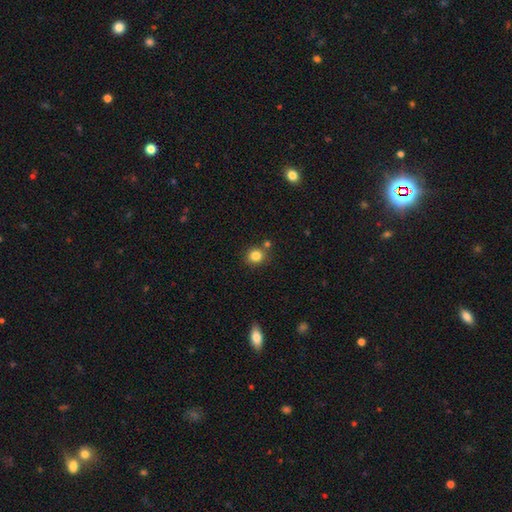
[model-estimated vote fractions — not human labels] smooth-or-featured: smooth: 83% | star or artifact: 12% | featured or disk: 5%
  how-rounded: round: 84% | in between: 16% | cigar-shaped: 1%
  merging: none: 77% | merger: 11% | minor disturbance: 10% | major disturbance: 3%